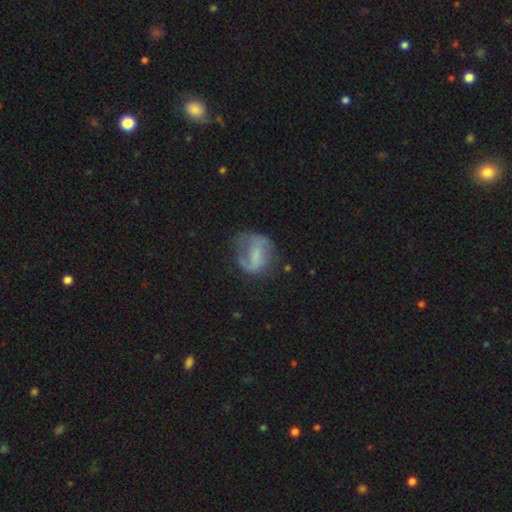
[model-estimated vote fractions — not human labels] Smooth or featured? featured or disk (50%)
Edge-on disk? no (97%)
Merging? none (45%)